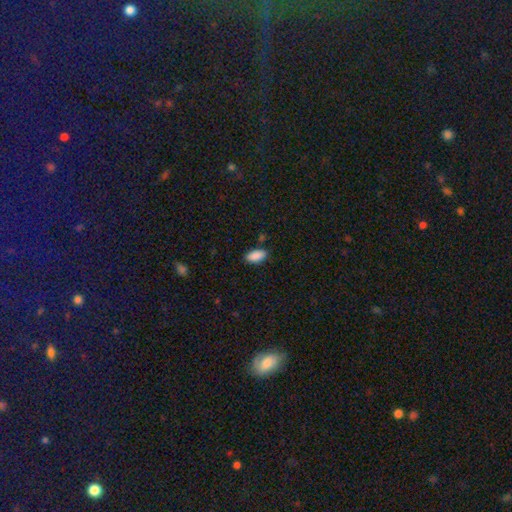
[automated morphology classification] This appears to be a smooth galaxy with no disk features (89%) that is in between round and cigar-shaped (92%). Merging: none (83%).